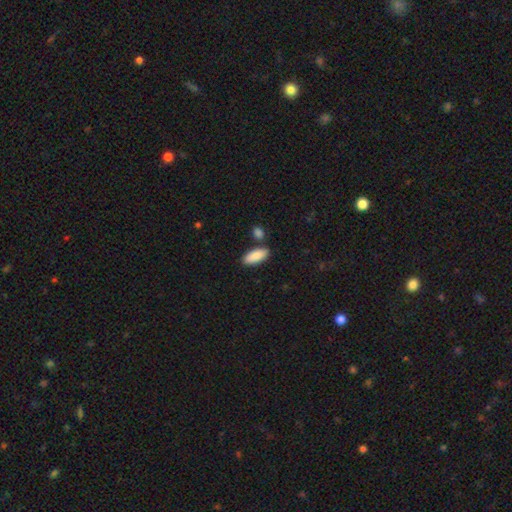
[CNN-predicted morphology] Smooth or featured? smooth (89%)
How rounded? in between (84%)
Merging? none (77%)